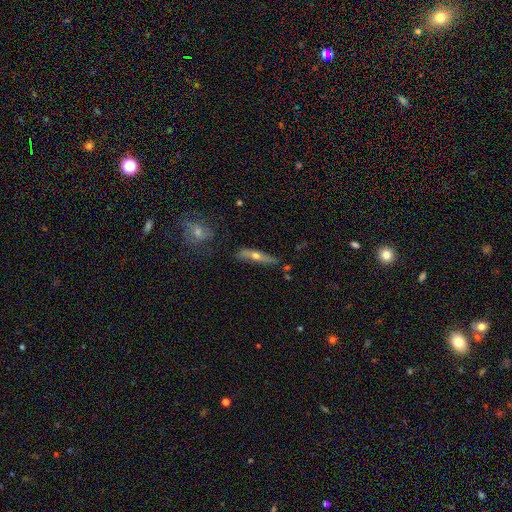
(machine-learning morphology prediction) This appears to be a featured or disk galaxy (55%) viewed edge-on (87%). Merging: none (72%).